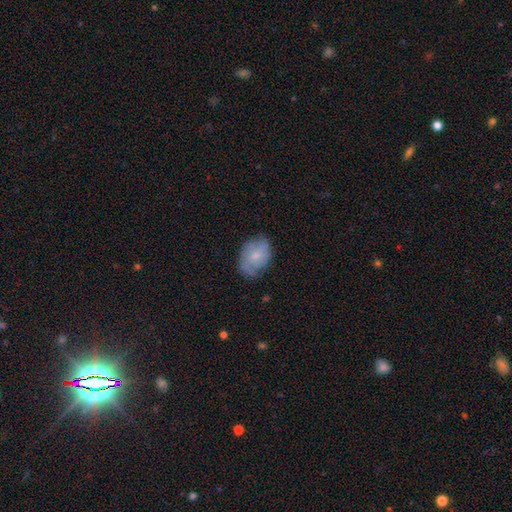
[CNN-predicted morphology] Smooth or featured?
  - smooth: 58% *
  - featured or disk: 34%
  - star or artifact: 8%
How rounded?
  - in between: 80% *
  - round: 18%
  - cigar-shaped: 1%
Merging?
  - none: 67% *
  - minor disturbance: 25%
  - major disturbance: 7%
  - merger: 1%